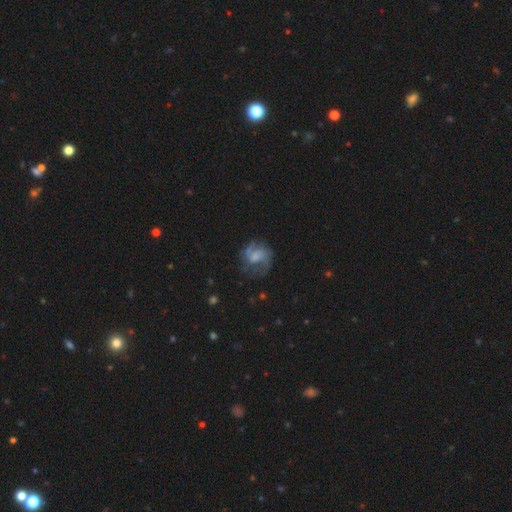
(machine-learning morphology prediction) A featured or disk galaxy (64%) with no bar (59%), 2 (53%) medium (47%) spiral arms (82%) and no central bulge (33%). Merging: none (54%).